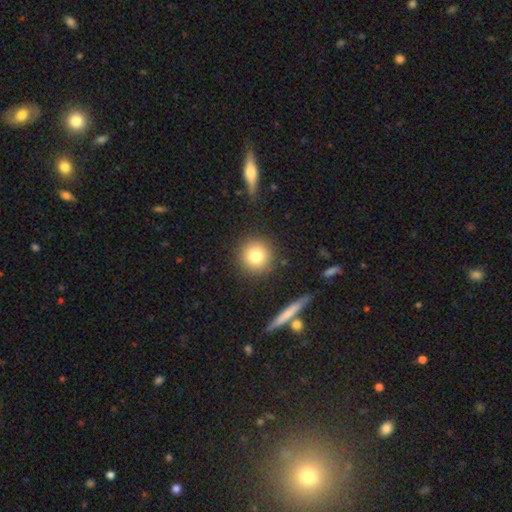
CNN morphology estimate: type=smooth (79%); roundness=round (94%); merging=none (88%).